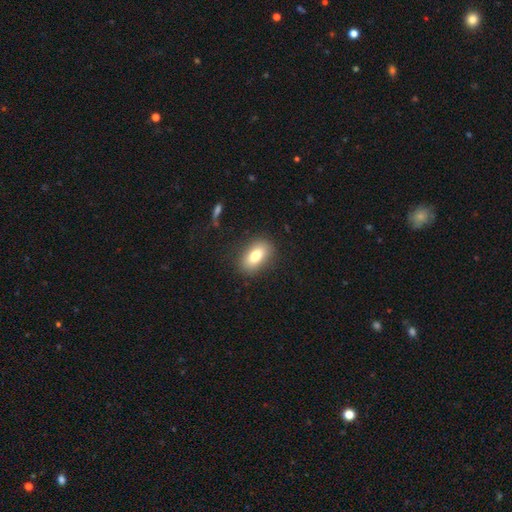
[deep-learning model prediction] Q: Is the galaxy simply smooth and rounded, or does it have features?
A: smooth — 77%.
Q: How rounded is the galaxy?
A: in between — 86%.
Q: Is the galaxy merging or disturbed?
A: none — 86%.